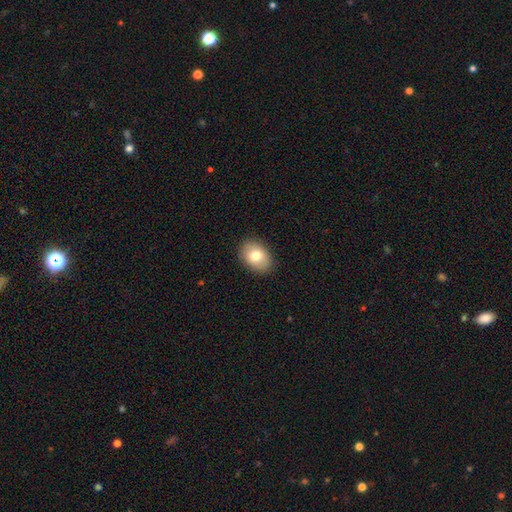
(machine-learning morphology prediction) Smooth or featured: smooth — 78% (featured or disk — 14%)
How rounded: in between — 78% (round — 21%)
Merging: none — 88% (minor disturbance — 9%)